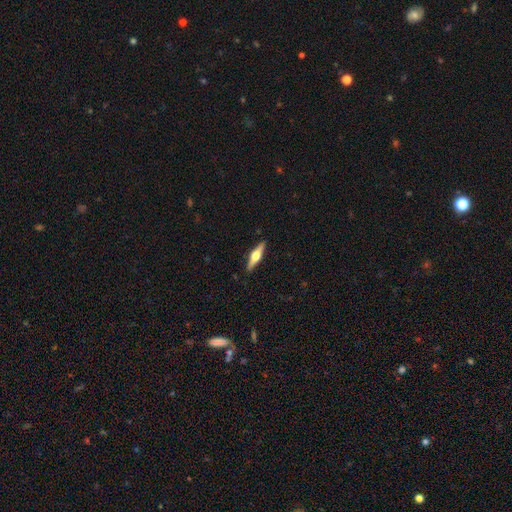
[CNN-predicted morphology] Smooth or featured? featured or disk (66%)
Edge-on disk? yes (97%)
Edge-on bulge? rounded (95%)
Merging? none (90%)